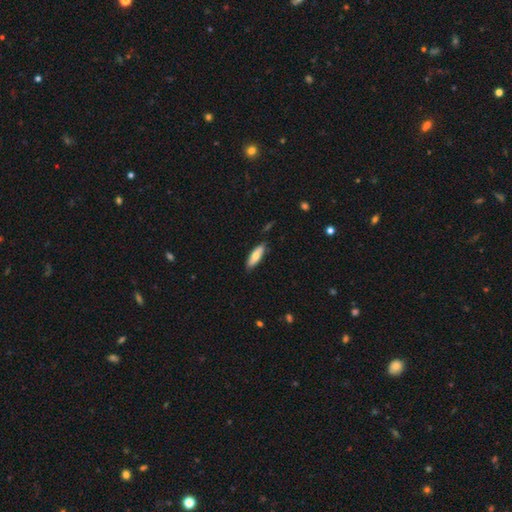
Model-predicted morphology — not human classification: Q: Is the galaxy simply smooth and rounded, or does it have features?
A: smooth — 72%.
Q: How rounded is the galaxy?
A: in between — 60%.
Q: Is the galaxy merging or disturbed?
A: none — 79%.